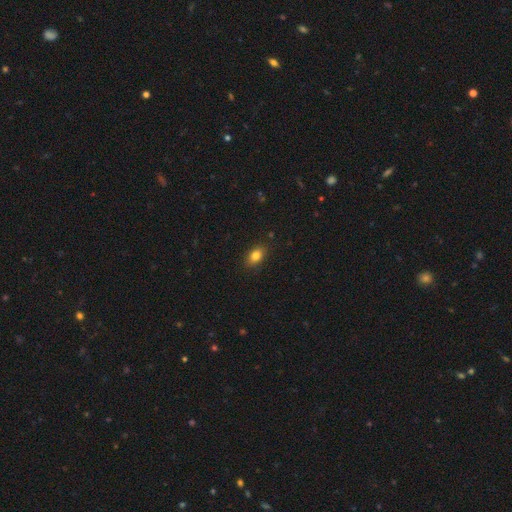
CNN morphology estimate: A smooth galaxy with no disk features (83%) that is in between round and cigar-shaped (82%).

Vote fractions:
- Smooth or featured? smooth: 83% / star or artifact: 9% / featured or disk: 8%
- How rounded? in between: 82% / round: 15% / cigar-shaped: 2%
- Merging? none: 86% / minor disturbance: 11% / major disturbance: 2% / merger: 1%